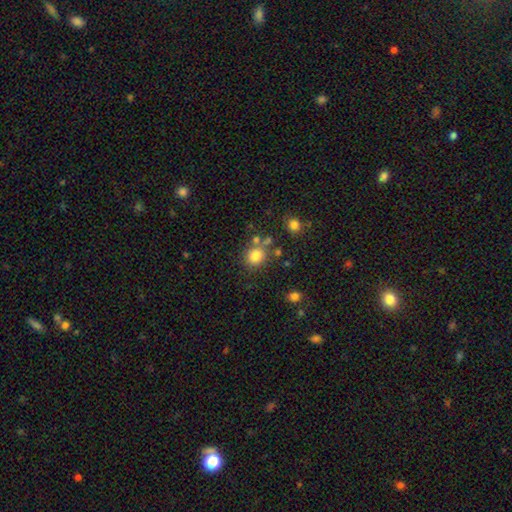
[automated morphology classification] A smooth galaxy with no disk features (80%) that is round (82%).

Vote fractions:
- Smooth or featured? smooth: 80% / star or artifact: 12% / featured or disk: 7%
- How rounded? round: 82% / in between: 17% / cigar-shaped: 1%
- Merging? none: 71% / merger: 13% / minor disturbance: 12% / major disturbance: 5%